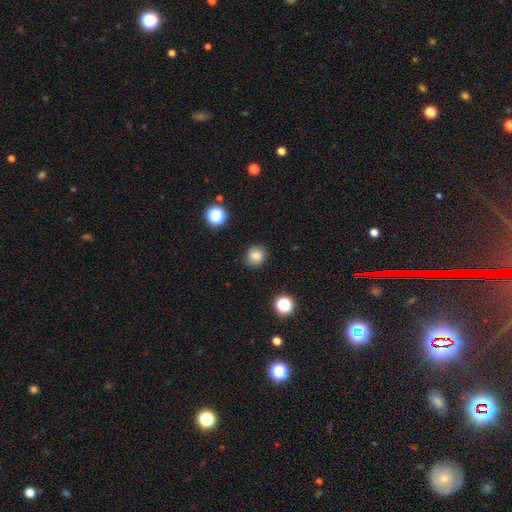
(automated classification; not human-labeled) This appears to be a smooth galaxy with no disk features (81%) that is round (82%). Merging: none (87%).